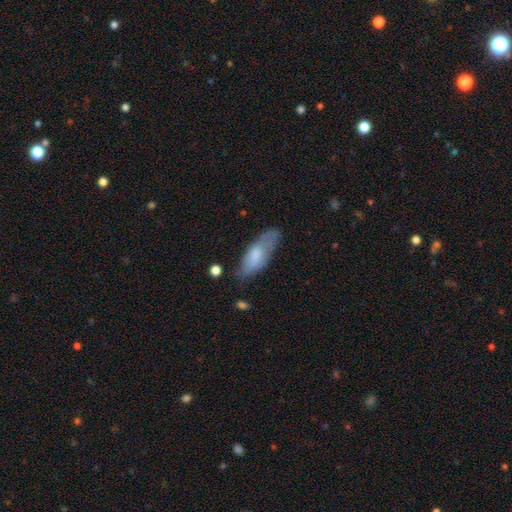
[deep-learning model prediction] Smooth or featured?
  - smooth: 66% *
  - featured or disk: 27%
  - star or artifact: 7%
How rounded?
  - in between: 72% *
  - cigar-shaped: 27%
  - round: 2%
Merging?
  - none: 56% *
  - minor disturbance: 30%
  - major disturbance: 11%
  - merger: 3%